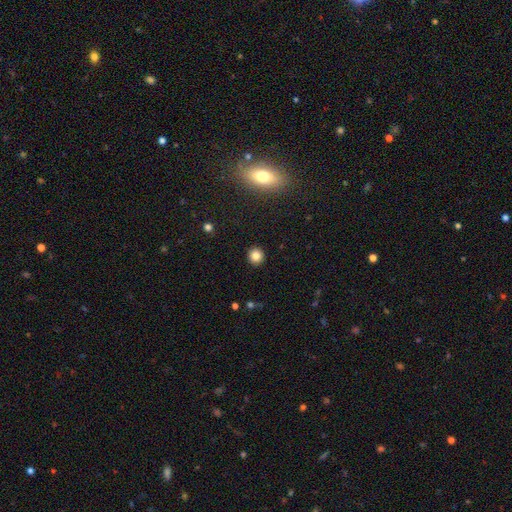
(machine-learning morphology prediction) This appears to be a smooth galaxy with no disk features (82%) that is round (92%). Merging: none (92%).